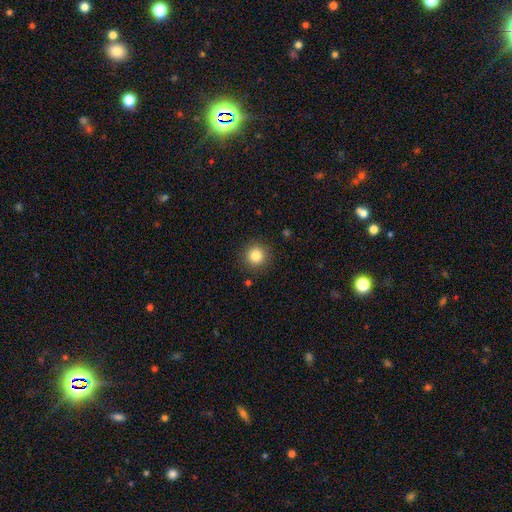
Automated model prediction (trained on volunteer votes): Smooth or featured? Predicted: smooth (p=0.84). How rounded? Predicted: round (p=0.95). Merging? Predicted: none (p=0.90).